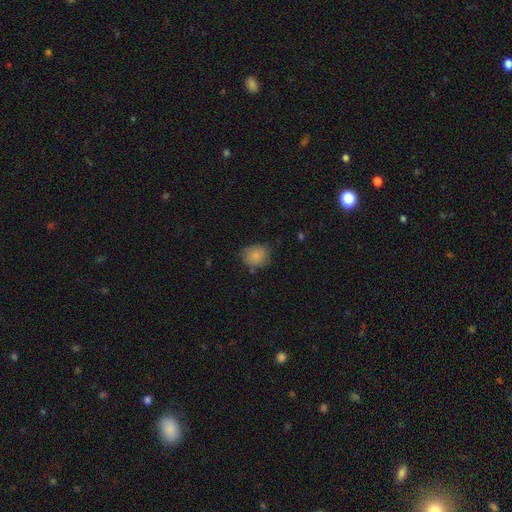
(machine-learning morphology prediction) The model was most divided on "how rounded": round: 66%, in between: 33%, cigar-shaped: 1%. More confident: smooth or featured — smooth (85%); merging — none (71%).